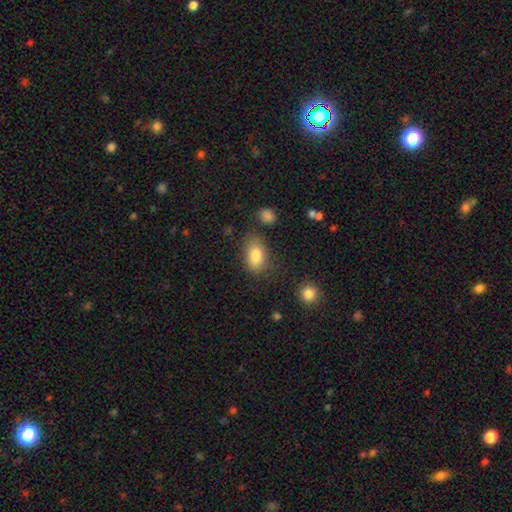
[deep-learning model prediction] A smooth galaxy with no disk features (82%) that is in between round and cigar-shaped (88%).

Vote fractions:
- Smooth or featured? smooth: 82% / featured or disk: 9% / star or artifact: 8%
- How rounded? in between: 88% / round: 10% / cigar-shaped: 2%
- Merging? none: 73% / minor disturbance: 18% / major disturbance: 6% / merger: 4%